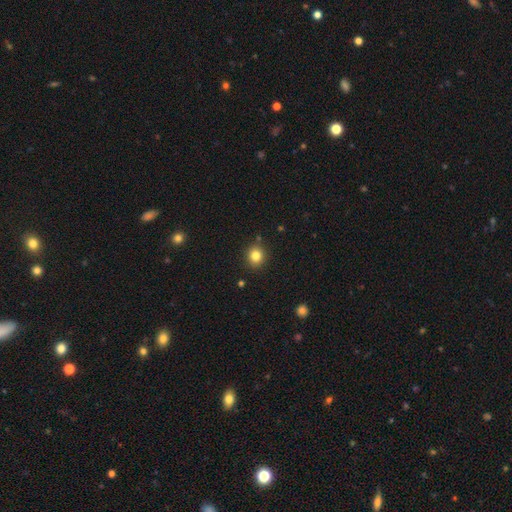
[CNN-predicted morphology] This is clearly a smooth galaxy (82%). How rounded: clearly round (83%). Merging: clearly none (87%).